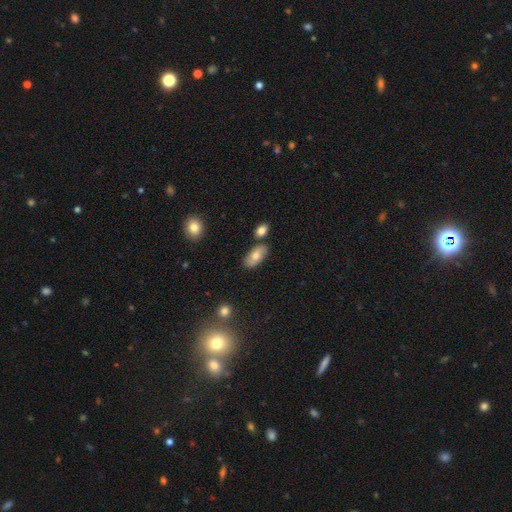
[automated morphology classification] A smooth galaxy with no disk features (68%) that is in between round and cigar-shaped (92%). Merging: none (78%).